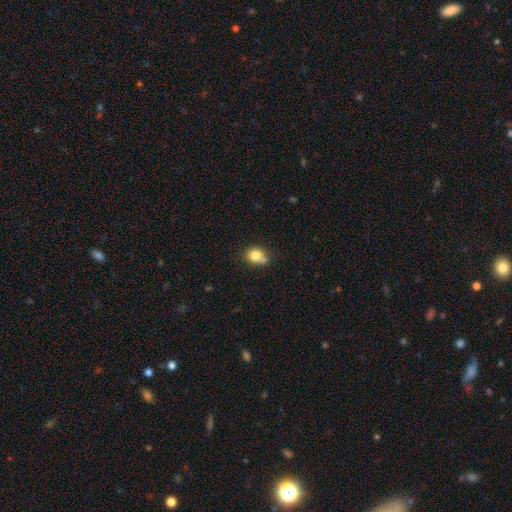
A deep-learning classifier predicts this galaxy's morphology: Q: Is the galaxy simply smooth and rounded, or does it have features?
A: smooth — 79%.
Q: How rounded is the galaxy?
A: round — 66%.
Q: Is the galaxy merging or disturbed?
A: none — 52%.